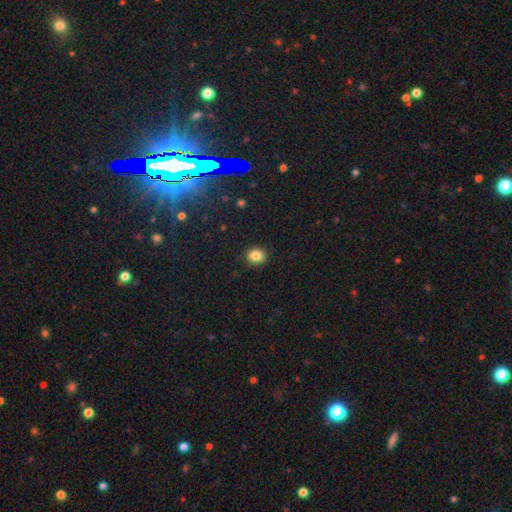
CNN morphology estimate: type=smooth (85%); roundness=round (64%); merging=none (90%).